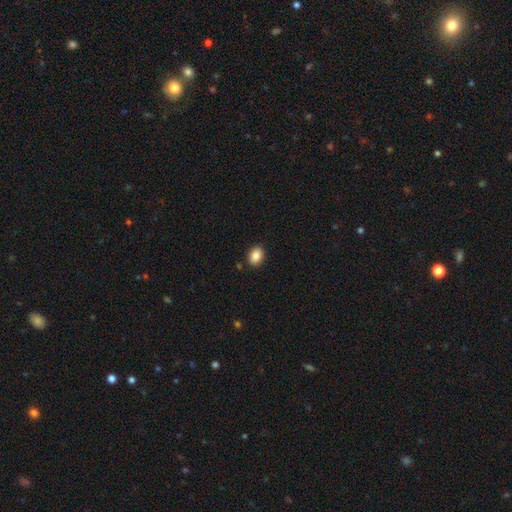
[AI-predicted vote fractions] Q: Smooth or featured?
A: smooth (88%); runner-up: star or artifact (8%)
Q: How rounded?
A: in between (71%); runner-up: round (28%)
Q: Merging?
A: none (89%); runner-up: minor disturbance (7%)